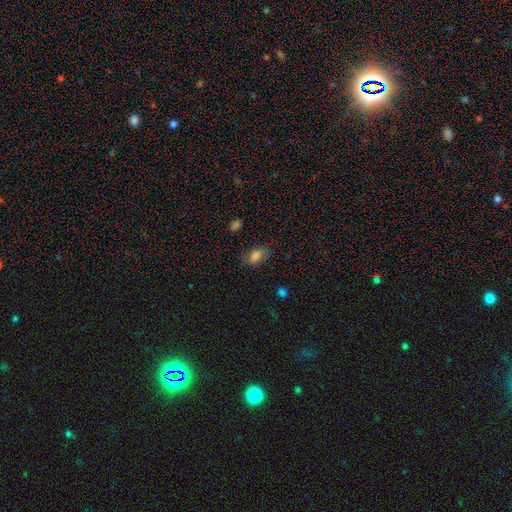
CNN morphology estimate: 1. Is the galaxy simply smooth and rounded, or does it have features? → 81% smooth, 11% star or artifact, 8% featured or disk.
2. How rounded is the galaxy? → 89% in between, 8% round, 4% cigar-shaped.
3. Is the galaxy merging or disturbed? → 72% none, 20% minor disturbance, 6% major disturbance, 2% merger.